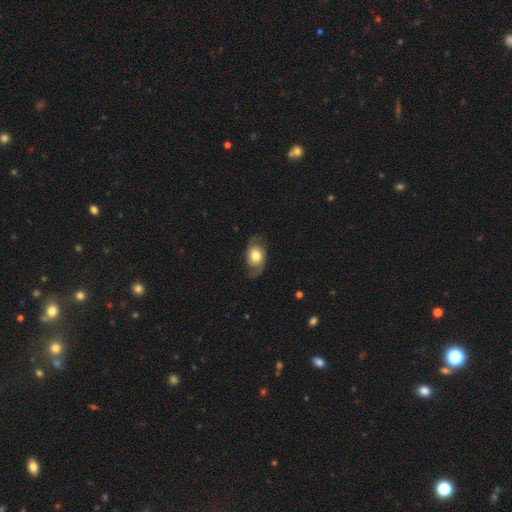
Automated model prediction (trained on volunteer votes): Overall: featured or disk (63%; smooth 30%). Edge-on disk: no (95%). Bar: no (75%). Spiral arms: yes (86%). Spiral arm count: 2 (89%). Spiral winding: loose (43%; medium 40%). Bulge size: moderate (61%; large 25%). Merging: none (73%).